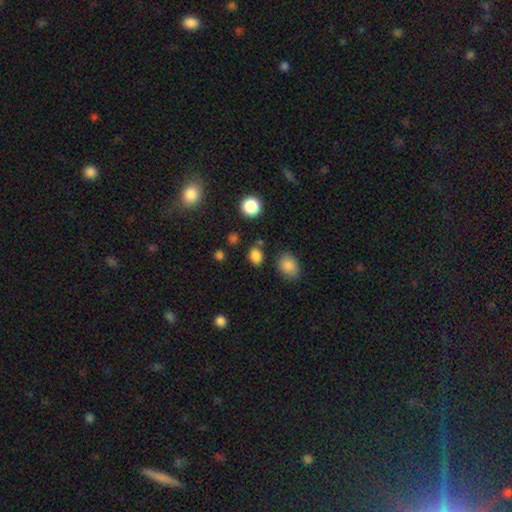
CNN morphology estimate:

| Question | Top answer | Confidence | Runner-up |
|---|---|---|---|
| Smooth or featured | smooth | 83% | star or artifact (13%) |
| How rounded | in between | 59% | round (39%) |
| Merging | none | 81% | minor disturbance (10%) |